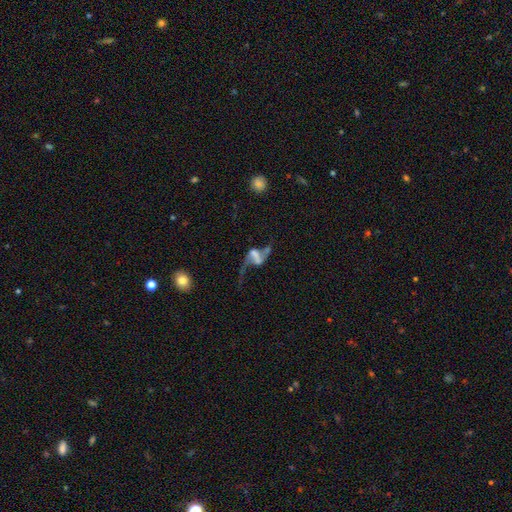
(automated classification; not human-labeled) featured or disk 74%, smooth 16%, star or artifact 10%. Down the decision tree: edge-on disk — no (96%); bar — weak (34%); spiral arms — yes (79%); spiral arm count — 2 (82%); spiral winding — loose (87%); bulge size — none (54%); merging — none (34%).